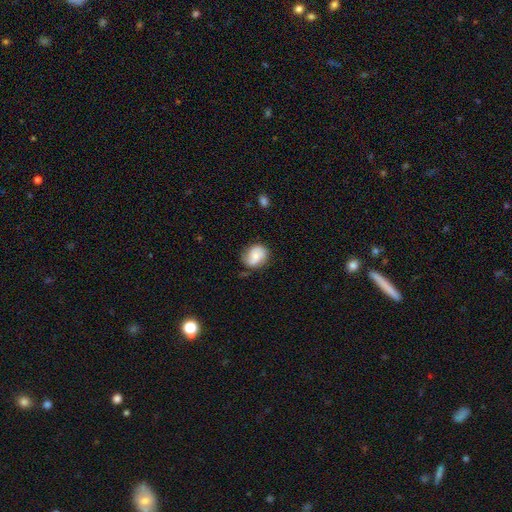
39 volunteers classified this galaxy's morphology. smooth-or-featured: smooth: 56% | featured or disk: 44% | star or artifact: 0%
  how-rounded: round: 50% (tied) | in between: 50% (tied) | cigar-shaped: 0%
  merging: none: 69% | minor disturbance: 21% | major disturbance: 8% | merger: 3%